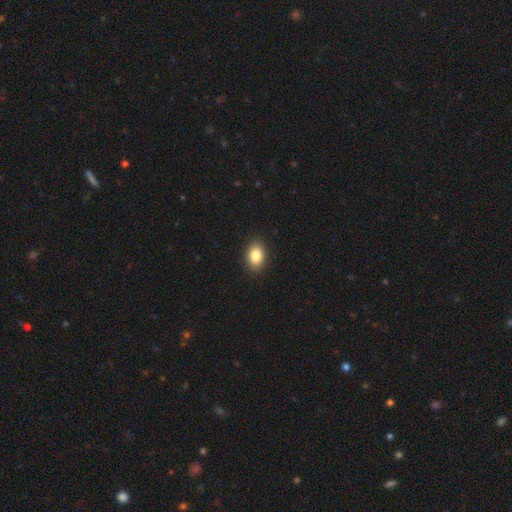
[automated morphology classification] type=smooth (85%); roundness=in between (83%); merging=none (90%).